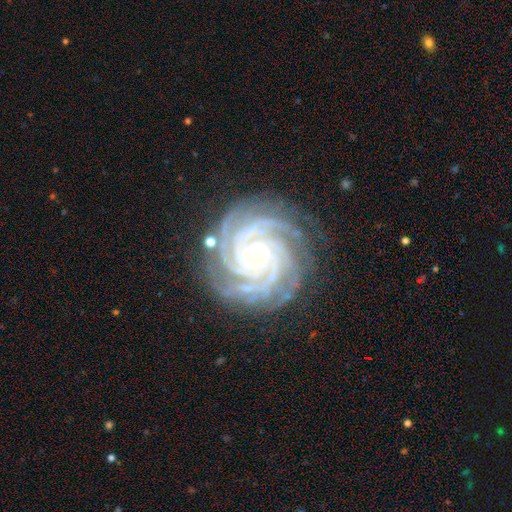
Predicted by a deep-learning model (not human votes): Overall: featured or disk (93%). Edge-on disk: no (98%). Bar: weak (40%; no 37%). Spiral arms: yes (99%). Spiral arm count: 4 (42%; more than 4 24%). Spiral winding: tight (84%). Bulge size: small (67%; moderate 30%). Merging: none (84%).